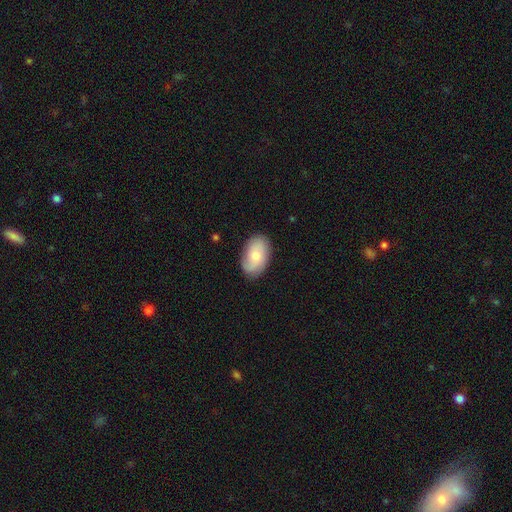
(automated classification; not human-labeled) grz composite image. It shows a smooth galaxy with no disk features (62%) that is in between round and cigar-shaped (91%). Merging: none (83%).